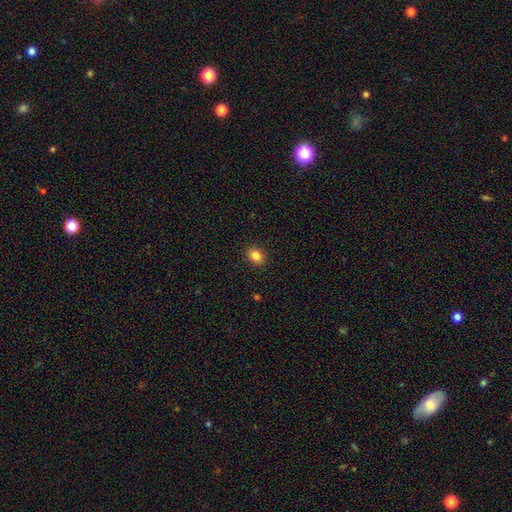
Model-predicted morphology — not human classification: type=smooth (84%); roundness=in between (65%); merging=none (90%).